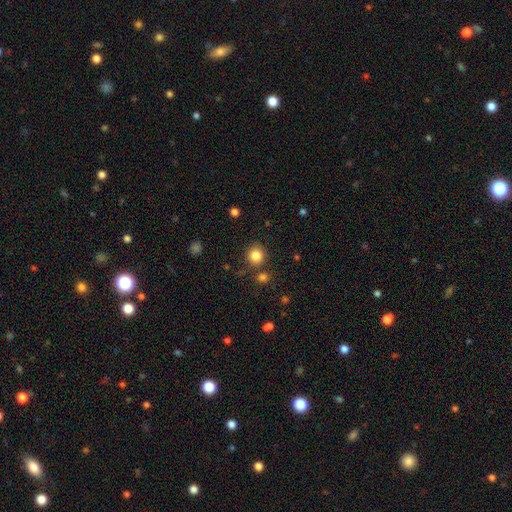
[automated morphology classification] A smooth galaxy with no disk features (84%) that is round (91%).

Vote fractions:
- Smooth or featured? smooth: 84% / star or artifact: 11% / featured or disk: 5%
- How rounded? round: 91% / in between: 9% / cigar-shaped: 1%
- Merging? none: 82% / minor disturbance: 8% / merger: 7% / major disturbance: 3%